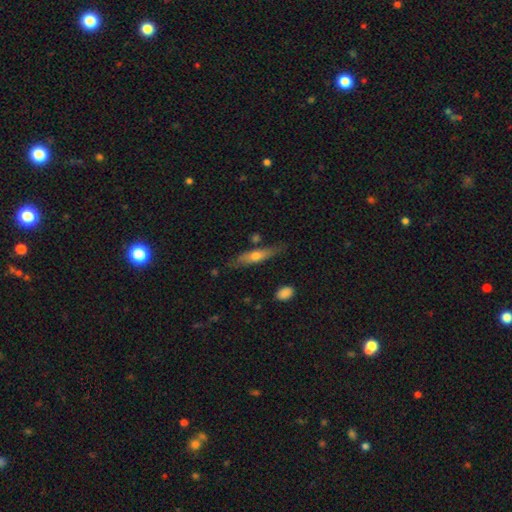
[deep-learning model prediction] smooth_or_featured: smooth (p=0.53) [alt: featured or disk p=0.41]
how_rounded: cigar-shaped (p=0.73) [alt: in between p=0.25]
merging: none (p=0.71) [alt: minor disturbance p=0.20]